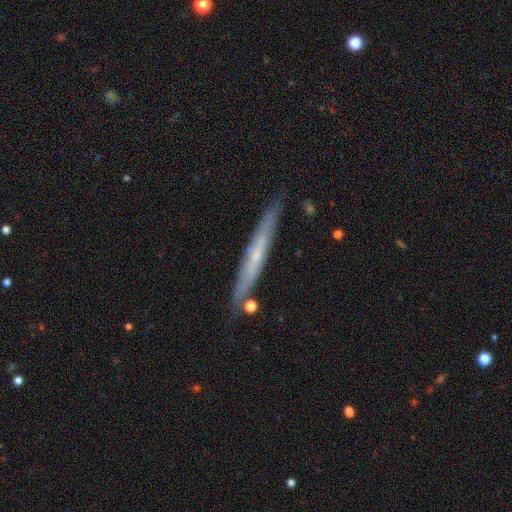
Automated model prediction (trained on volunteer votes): Overall: featured or disk (55%; smooth 38%). Edge-on disk: yes (91%). Edge-on bulge: none (66%; rounded 30%). Merging: none (84%).